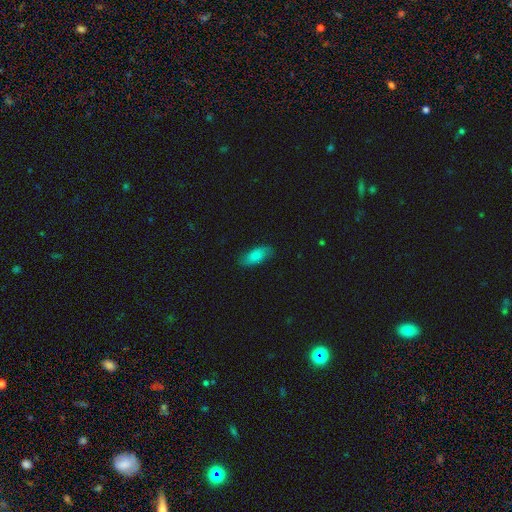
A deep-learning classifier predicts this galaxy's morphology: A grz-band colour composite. It shows a smooth galaxy with no disk features (80%) that is in between round and cigar-shaped (84%). Merging: none (83%).